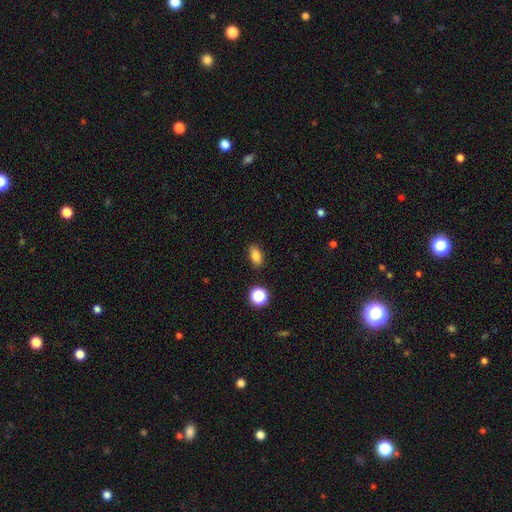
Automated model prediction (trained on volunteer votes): Smooth or featured: smooth — 84% (star or artifact — 11%)
How rounded: in between — 84% (round — 12%)
Merging: none — 87% (minor disturbance — 9%)